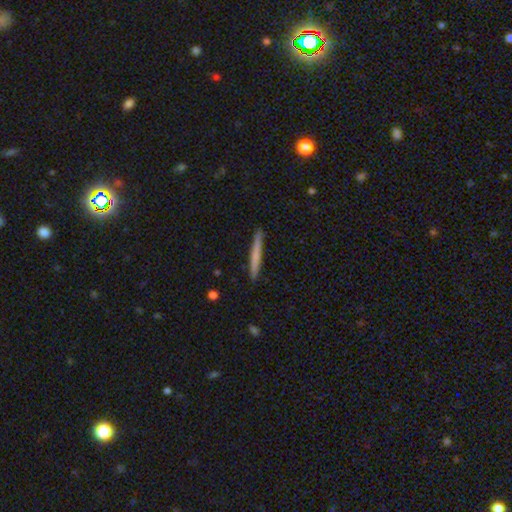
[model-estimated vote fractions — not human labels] smooth_or_featured: smooth (p=0.65) [alt: featured or disk p=0.30]
how_rounded: cigar-shaped (p=0.97) [alt: in between p=0.02]
merging: none (p=0.90) [alt: minor disturbance p=0.07]